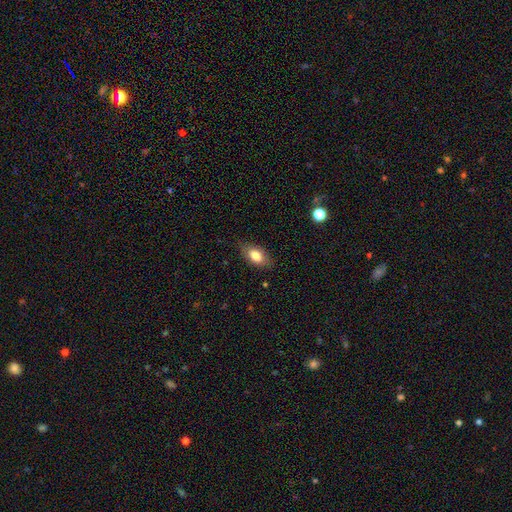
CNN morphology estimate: Smooth or featured: smooth — 80% (featured or disk — 12%)
How rounded: in between — 90% (round — 6%)
Merging: none — 81% (minor disturbance — 14%)